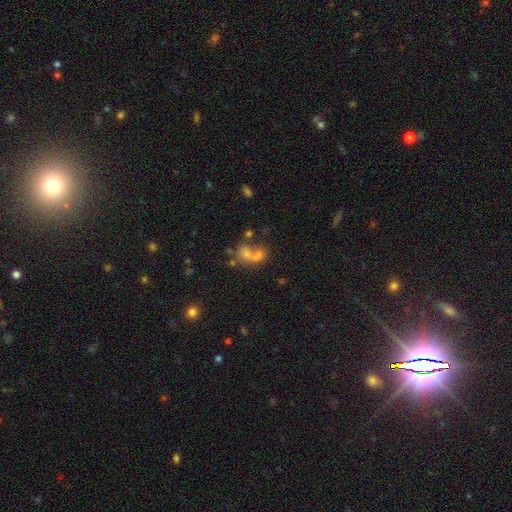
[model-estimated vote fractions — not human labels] smooth 51%, featured or disk 29%, star or artifact 20%. Down the decision tree: how rounded — in between (65%); merging — merger (48%).